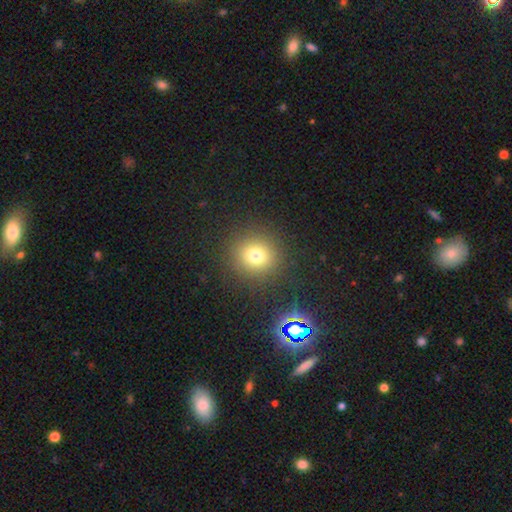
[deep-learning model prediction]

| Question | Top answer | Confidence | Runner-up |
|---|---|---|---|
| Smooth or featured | smooth | 72% | star or artifact (19%) |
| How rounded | round | 91% | in between (8%) |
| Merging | none | 88% | minor disturbance (7%) |